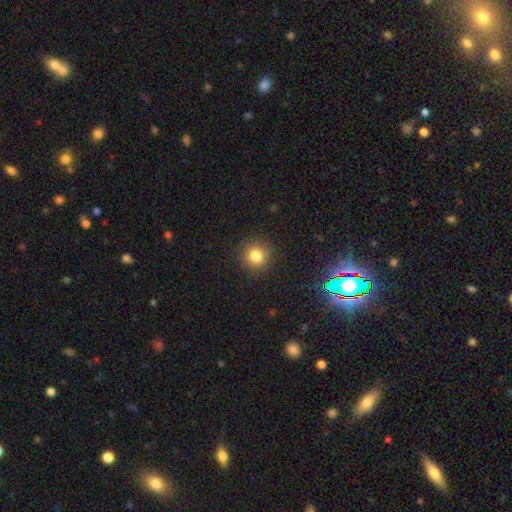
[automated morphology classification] type=smooth (81%); roundness=round (91%); merging=none (89%).